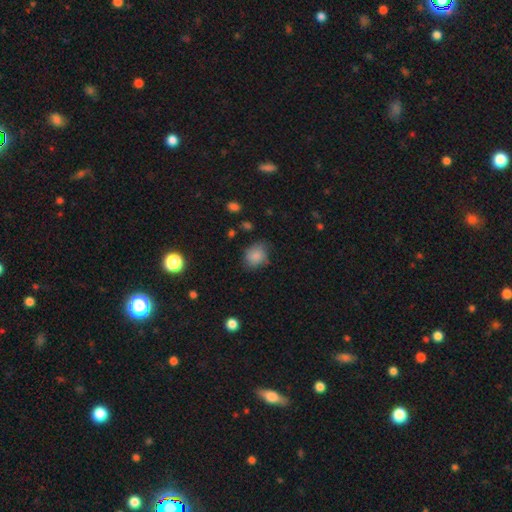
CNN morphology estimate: Q: Smooth or featured?
A: smooth (83%); runner-up: star or artifact (9%)
Q: How rounded?
A: round (61%); runner-up: in between (38%)
Q: Merging?
A: none (63%); runner-up: minor disturbance (28%)